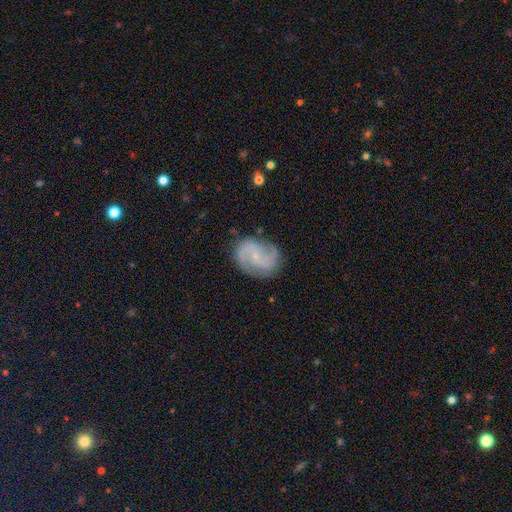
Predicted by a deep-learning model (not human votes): Smooth or featured? Predicted: featured or disk (p=0.83). Edge-on disk? Predicted: no (p=0.98). Bar? Predicted: no (p=0.59). Spiral arms? Predicted: yes (p=0.96). Spiral winding? Predicted: medium (p=0.50). Spiral arm count? Predicted: 2 (p=0.86). Bulge size? Predicted: small (p=0.78). Merging? Predicted: none (p=0.80).